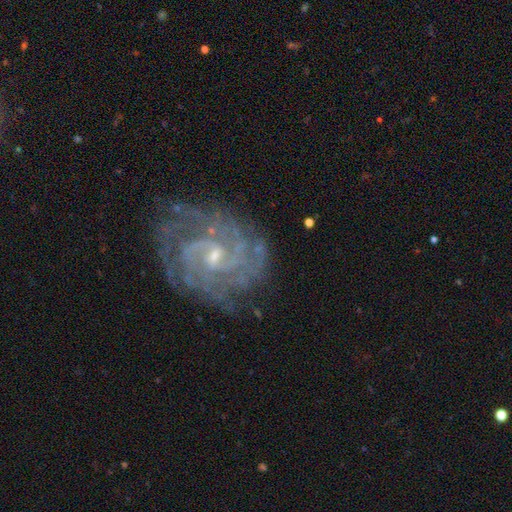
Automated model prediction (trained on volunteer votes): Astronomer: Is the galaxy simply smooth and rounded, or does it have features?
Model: featured or disk — 88%.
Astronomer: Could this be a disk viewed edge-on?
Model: no — 97%.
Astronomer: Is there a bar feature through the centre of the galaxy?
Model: weak — 50% (runner-up: no, 38%).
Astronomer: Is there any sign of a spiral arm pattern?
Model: yes — 97%.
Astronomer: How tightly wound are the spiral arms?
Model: tight — 67%.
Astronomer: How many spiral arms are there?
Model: can't tell — 27% (runner-up: 2, 24%).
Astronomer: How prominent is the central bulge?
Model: small — 66%.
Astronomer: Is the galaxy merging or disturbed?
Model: none — 75%.